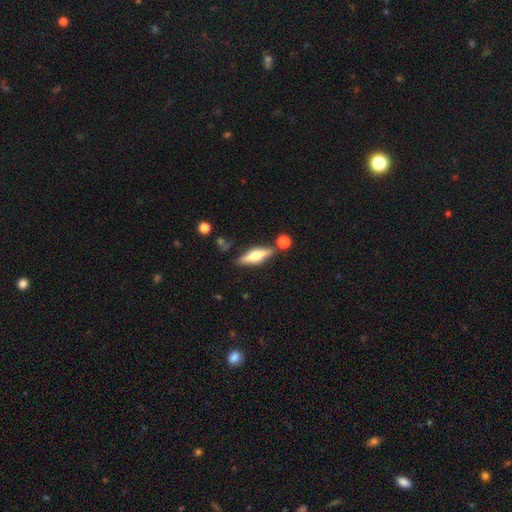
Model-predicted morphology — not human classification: type=featured or disk (52%); edge-on=yes (92%); merging=none (77%).